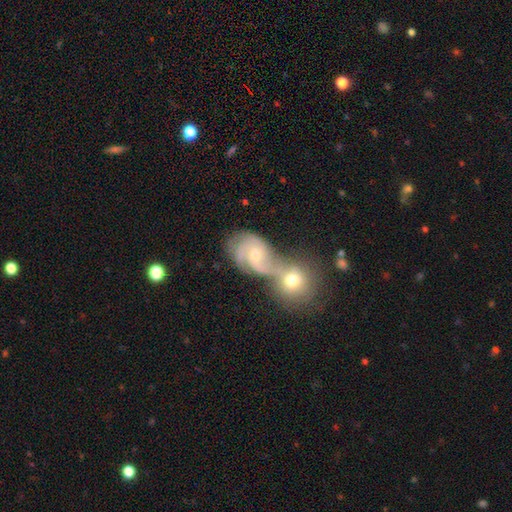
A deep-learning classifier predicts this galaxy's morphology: This is likely a featured or disk galaxy (75%). It is clearly not viewed edge-on (97%). Bar: likely no (60%). Spiral arm pattern: clearly yes (93%). Spiral arm count: marginally 2 (33%). Spiral winding: possibly medium (45%). Central bulge: possibly small (54%). Merging: possibly merger (51%).